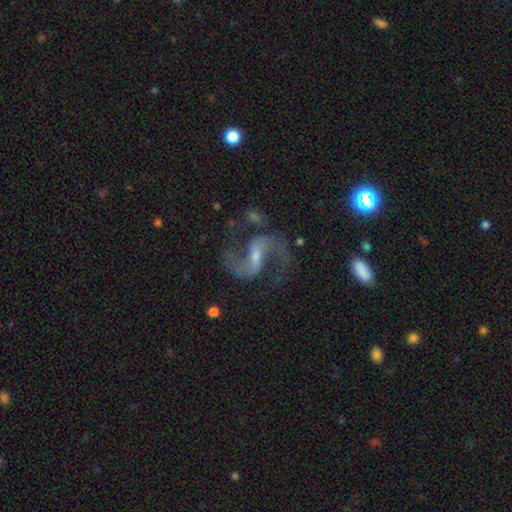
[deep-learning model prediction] featured or disk 90%, star or artifact 5%, smooth 4%. Down the decision tree: edge-on disk — no (98%); bar — weak (45%); spiral arms — yes (97%); spiral arm count — 2 (94%); spiral winding — loose (50%); bulge size — small (55%); merging — none (74%).